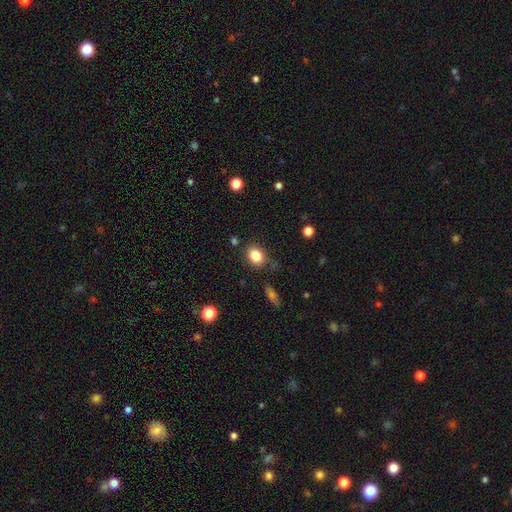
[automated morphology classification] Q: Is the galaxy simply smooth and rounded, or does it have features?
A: smooth — 84%.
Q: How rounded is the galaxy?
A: in between — 62%.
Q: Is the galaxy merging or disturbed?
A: none — 79%.